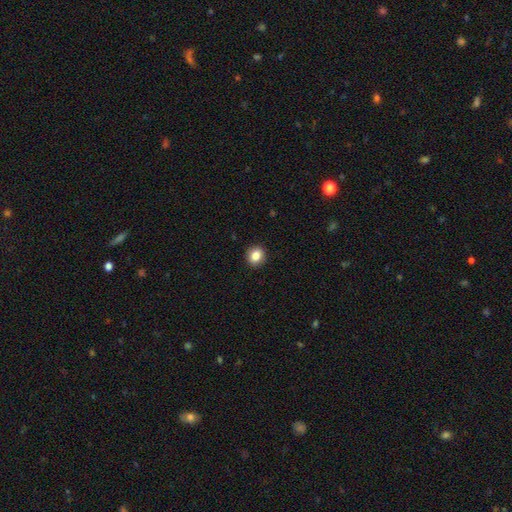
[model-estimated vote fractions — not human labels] Overall: smooth (85%). How rounded: round (79%). Merging: none (91%).